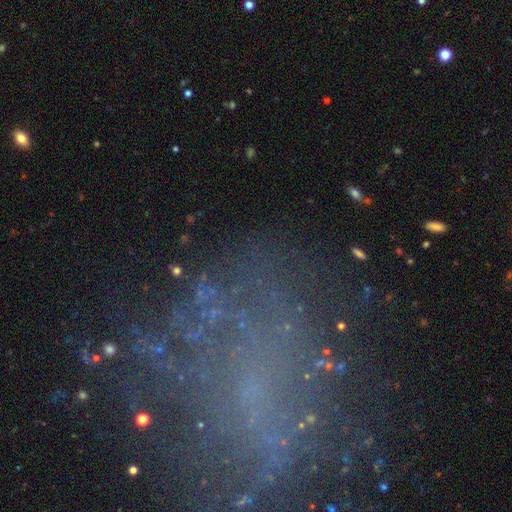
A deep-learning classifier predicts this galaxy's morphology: featured or disk 43%, star or artifact 38%, smooth 19%. Down the decision tree: merging — none (63%).